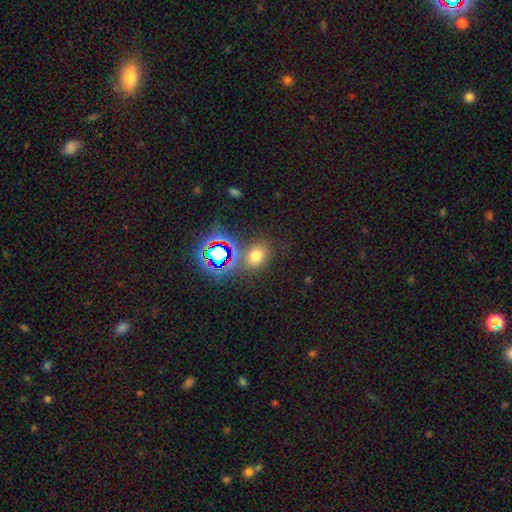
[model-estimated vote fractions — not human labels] Smooth or featured: smooth — 64% (star or artifact — 28%)
How rounded: in between — 50% (round — 49%)
Merging: none — 74% (minor disturbance — 12%)